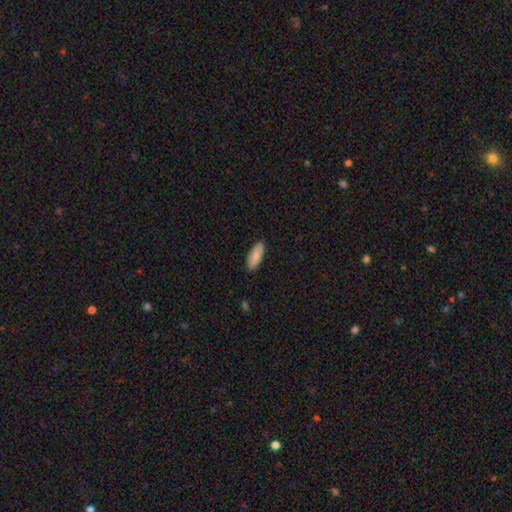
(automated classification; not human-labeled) Q: Smooth or featured?
A: smooth (83%); runner-up: featured or disk (12%)
Q: How rounded?
A: in between (79%); runner-up: cigar-shaped (19%)
Q: Merging?
A: none (88%); runner-up: minor disturbance (9%)